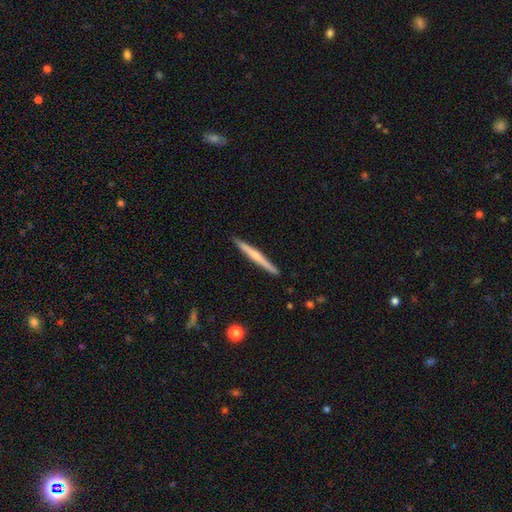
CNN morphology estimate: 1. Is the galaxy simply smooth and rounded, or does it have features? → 53% featured or disk, 42% smooth, 5% star or artifact.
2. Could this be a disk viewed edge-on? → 98% yes, 2% no.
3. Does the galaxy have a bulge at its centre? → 47% rounded, 45% none, 8% boxy.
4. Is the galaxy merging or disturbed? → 92% none, 6% minor disturbance, 1% major disturbance, 1% merger.